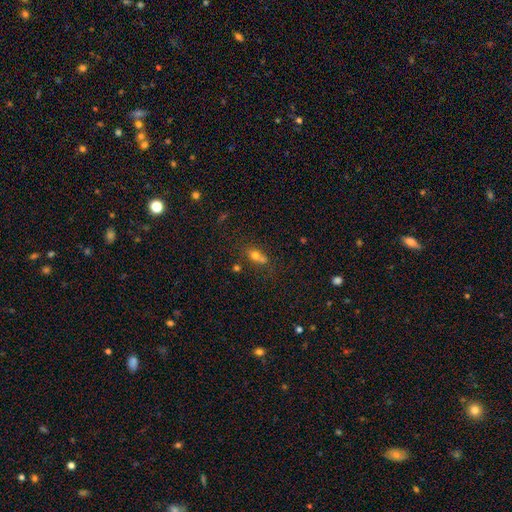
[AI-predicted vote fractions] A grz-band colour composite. It shows a smooth galaxy with no disk features (66%) that is in between round and cigar-shaped (54%). Merging: merger (43%).